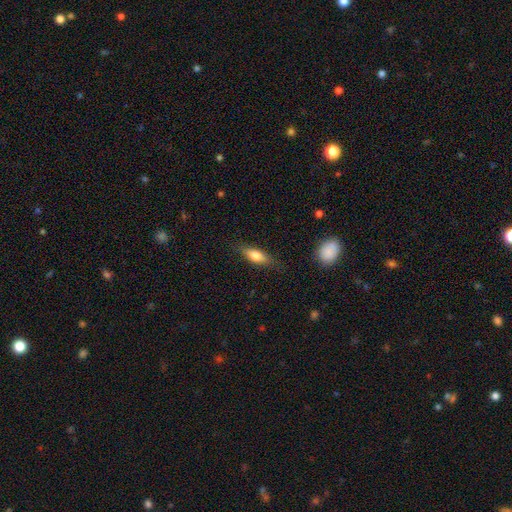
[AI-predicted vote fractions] Q: Smooth or featured?
A: smooth (69%); runner-up: featured or disk (25%)
Q: How rounded?
A: in between (59%); runner-up: cigar-shaped (37%)
Q: Merging?
A: none (79%); runner-up: minor disturbance (16%)